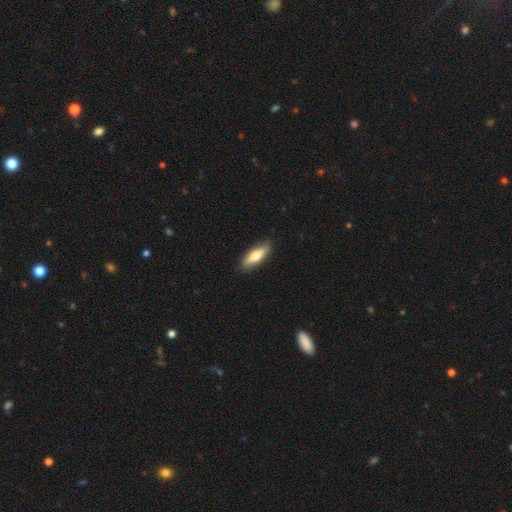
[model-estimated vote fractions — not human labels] Smooth or featured? smooth (69%)
How rounded? in between (62%)
Merging? none (86%)